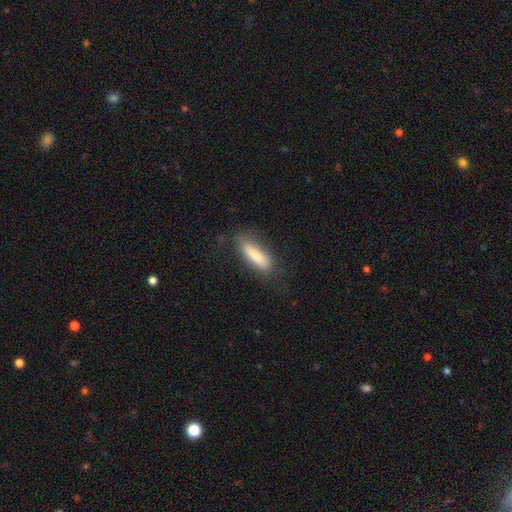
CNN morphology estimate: Smooth or featured? Predicted: smooth (p=0.79). How rounded? Predicted: cigar-shaped (p=0.65). Merging? Predicted: none (p=0.74).